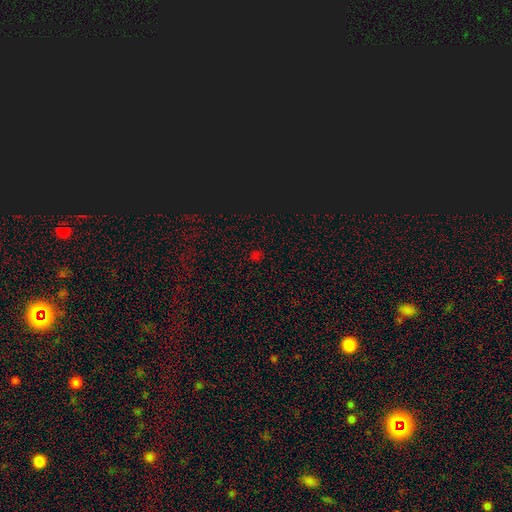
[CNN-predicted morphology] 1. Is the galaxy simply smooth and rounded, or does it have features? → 52% star or artifact, 42% smooth, 5% featured or disk.